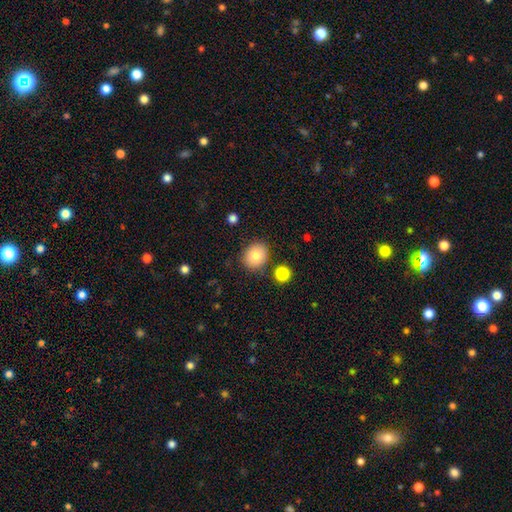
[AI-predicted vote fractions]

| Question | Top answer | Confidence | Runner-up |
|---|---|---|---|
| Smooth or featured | smooth | 85% | star or artifact (8%) |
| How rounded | round | 63% | in between (36%) |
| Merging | none | 82% | minor disturbance (10%) |